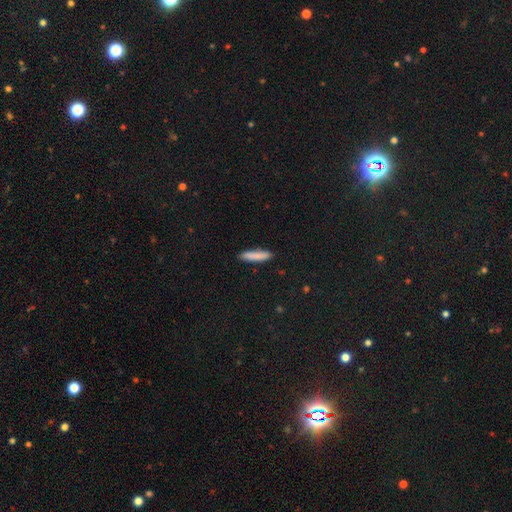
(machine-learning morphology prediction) Smooth or featured?
  - smooth: 85% *
  - featured or disk: 9%
  - star or artifact: 6%
How rounded?
  - cigar-shaped: 85% *
  - in between: 13%
  - round: 1%
Merging?
  - none: 87% *
  - minor disturbance: 9%
  - major disturbance: 2%
  - merger: 1%